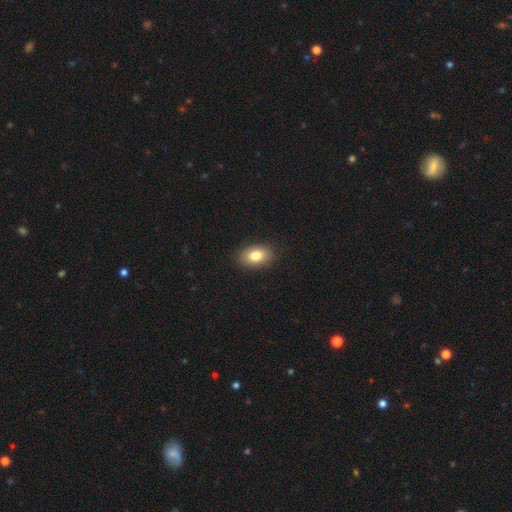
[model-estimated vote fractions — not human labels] The model was most divided on "smooth or featured": smooth: 82%, featured or disk: 10%, star or artifact: 8%. More confident: merging — none (88%); how rounded — in between (88%).